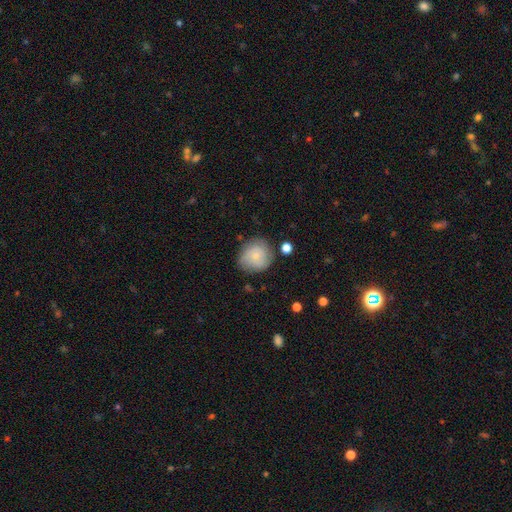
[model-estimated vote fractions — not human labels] This is likely a smooth galaxy (62%). How rounded: clearly round (86%). Merging: likely none (72%).